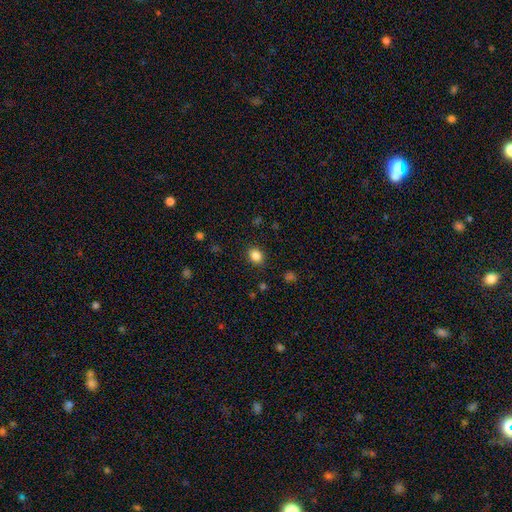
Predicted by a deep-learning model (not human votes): A smooth galaxy with no disk features (85%) that is round (58%).

Vote fractions:
- Smooth or featured? smooth: 85% / star or artifact: 11% / featured or disk: 4%
- How rounded? round: 58% / in between: 41% / cigar-shaped: 1%
- Merging? none: 88% / minor disturbance: 8% / major disturbance: 3% / merger: 1%